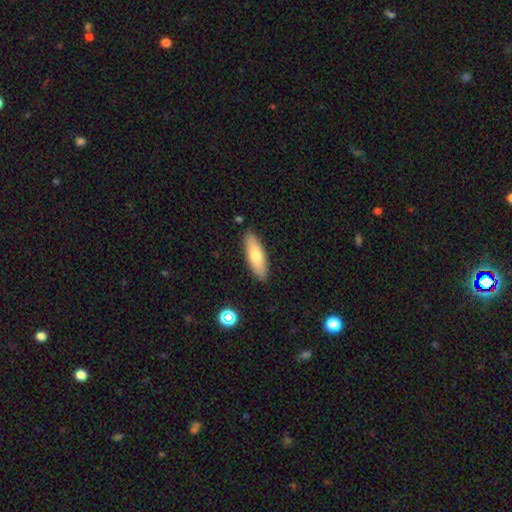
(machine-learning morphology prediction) Smooth or featured? smooth (71%)
How rounded? in between (54%)
Merging? none (88%)